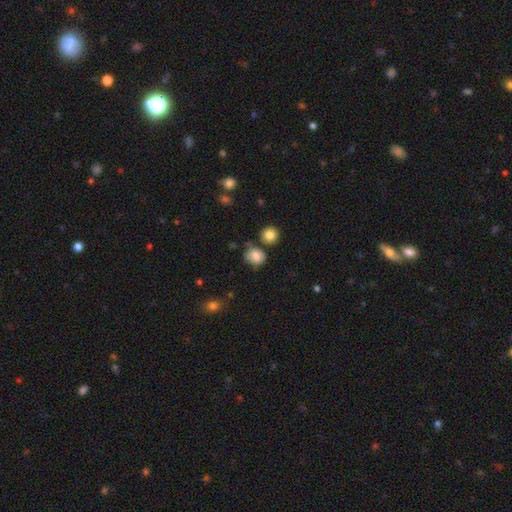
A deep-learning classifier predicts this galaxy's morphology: smooth-or-featured: smooth: 79% | featured or disk: 11% | star or artifact: 10%
  how-rounded: round: 66% | in between: 33% | cigar-shaped: 1%
  merging: none: 60% | minor disturbance: 23% | merger: 10% | major disturbance: 7%